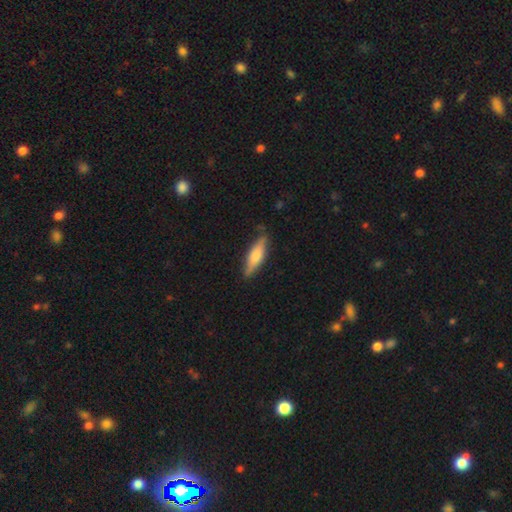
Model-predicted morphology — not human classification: Smooth or featured? Predicted: smooth (p=0.59). How rounded? Predicted: cigar-shaped (p=0.64). Merging? Predicted: none (p=0.81).